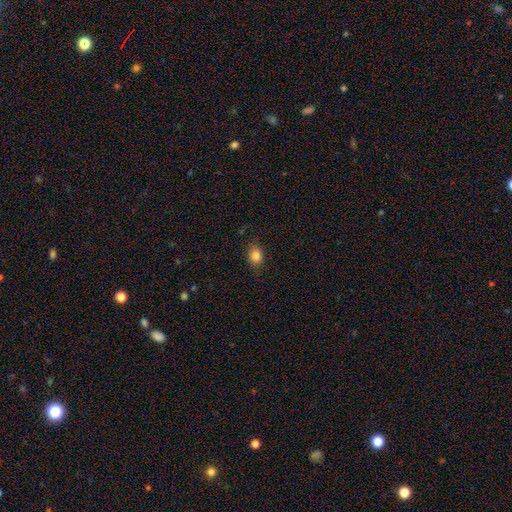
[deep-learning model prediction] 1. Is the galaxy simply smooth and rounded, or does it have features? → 84% smooth, 10% star or artifact, 5% featured or disk.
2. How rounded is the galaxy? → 56% in between, 43% round, 1% cigar-shaped.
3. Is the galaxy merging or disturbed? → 81% none, 14% minor disturbance, 3% major disturbance, 1% merger.